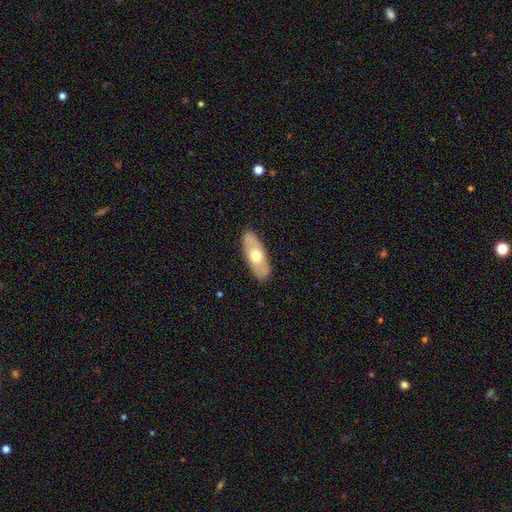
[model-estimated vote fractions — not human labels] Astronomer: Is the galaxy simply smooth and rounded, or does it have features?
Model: smooth — 52% (runner-up: featured or disk, 43%).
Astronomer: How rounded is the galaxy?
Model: in between — 81%.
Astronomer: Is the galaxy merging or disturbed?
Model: none — 86%.